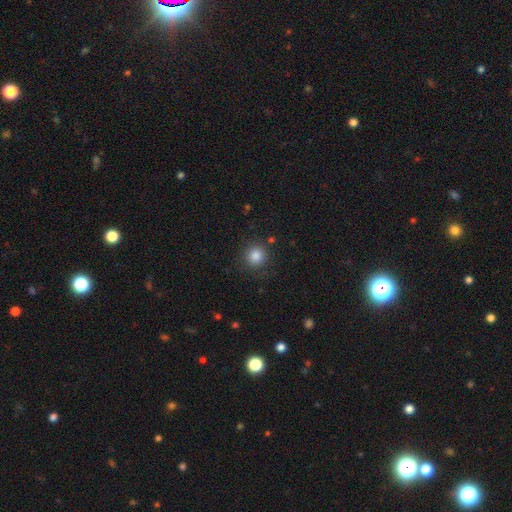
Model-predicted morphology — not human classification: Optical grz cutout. It shows a smooth galaxy with no disk features (85%) that is round (91%). Merging: none (84%).